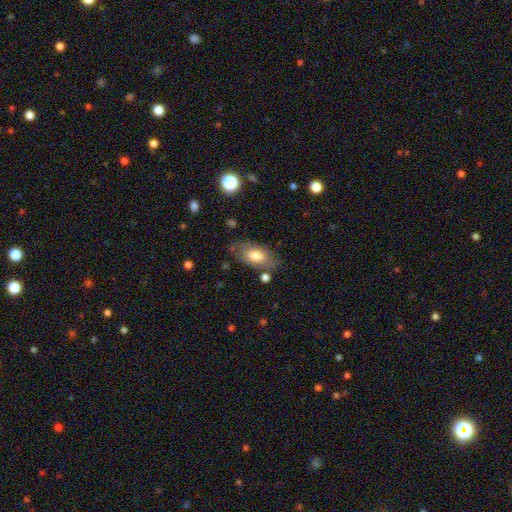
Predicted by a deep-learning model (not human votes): Morphology: type=smooth (69%); roundness=in between (91%); merging=none (70%).